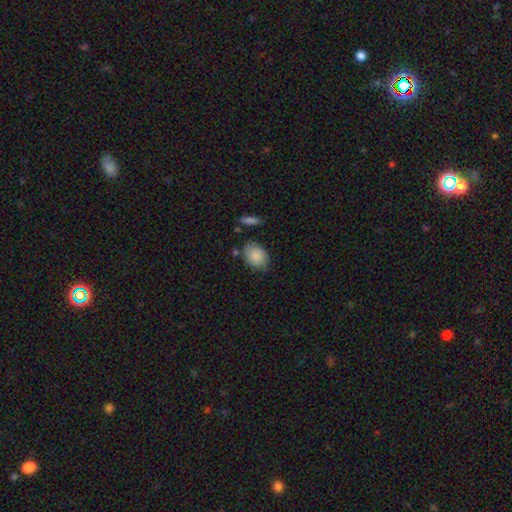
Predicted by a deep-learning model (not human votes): Overall: smooth (84%). How rounded: in between (61%; round 37%). Merging: none (71%).